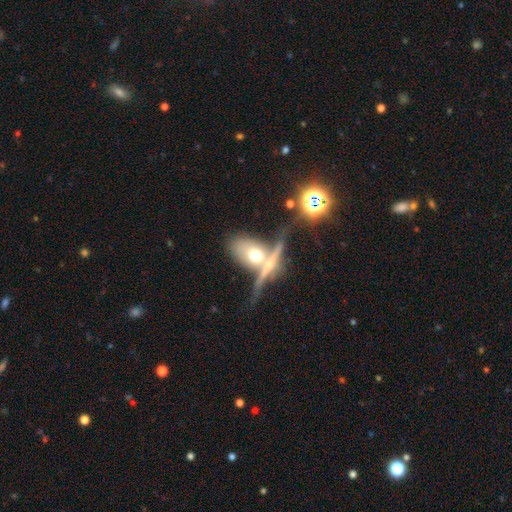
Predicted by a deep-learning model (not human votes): Overall: smooth (49%; featured or disk 39%). Merging: merger (40%; none 35%).